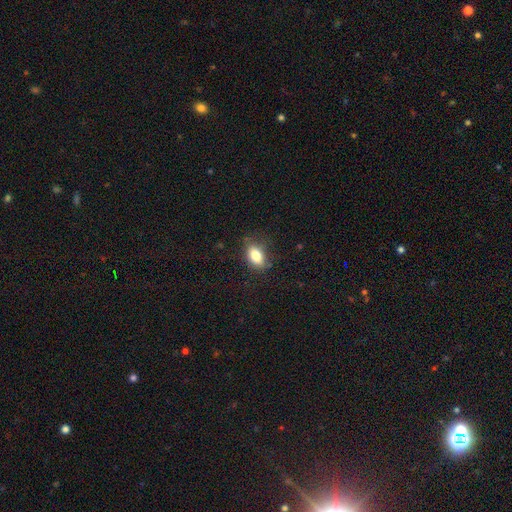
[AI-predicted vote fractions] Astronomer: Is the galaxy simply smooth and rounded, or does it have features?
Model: smooth — 82%.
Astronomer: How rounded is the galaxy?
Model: in between — 87%.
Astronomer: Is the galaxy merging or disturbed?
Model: none — 77%.